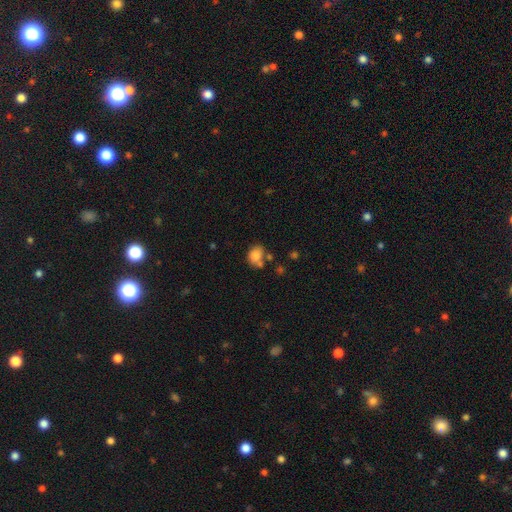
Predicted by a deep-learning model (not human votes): This appears to be a smooth galaxy with no disk features (79%) that is in between round and cigar-shaped (50%). Merging: none (49%).